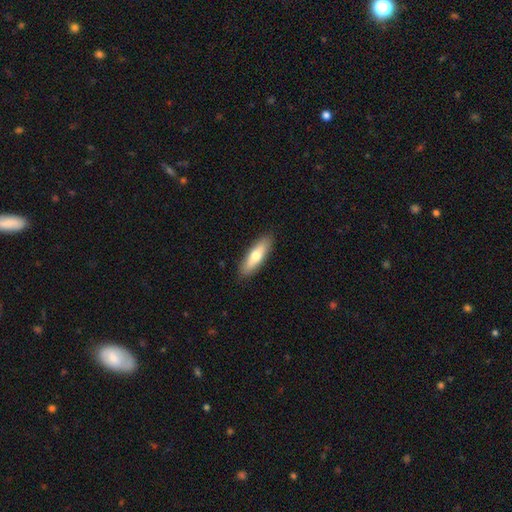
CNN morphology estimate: smooth_or_featured: smooth (p=0.67) [alt: featured or disk p=0.27]
how_rounded: cigar-shaped (p=0.51) [alt: in between p=0.47]
merging: none (p=0.88) [alt: minor disturbance p=0.09]